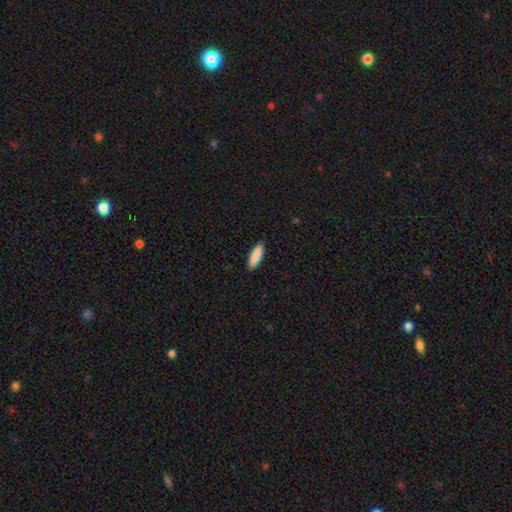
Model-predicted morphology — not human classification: A smooth galaxy with no disk features (88%) that is cigar-shaped (55%). Merging: none (90%).